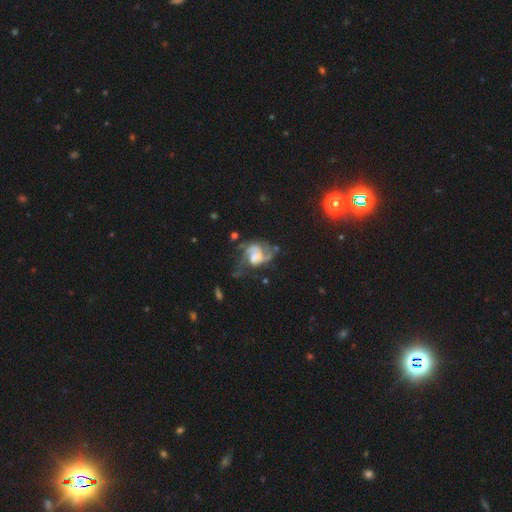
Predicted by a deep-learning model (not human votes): This appears to be a featured or disk galaxy (76%) with no bar (61%), 2 (53%) medium (45%) spiral arms (87%) and a moderate central bulge (28%). Merging: major disturbance (39%).